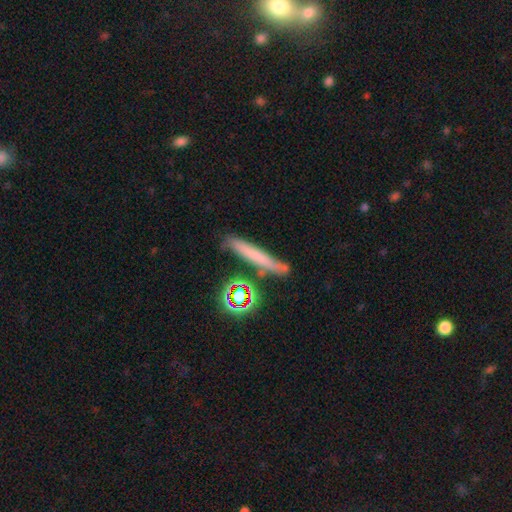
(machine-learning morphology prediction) Smooth or featured? Predicted: smooth (p=0.55). How rounded? Predicted: cigar-shaped (p=0.85). Merging? Predicted: none (p=0.74).